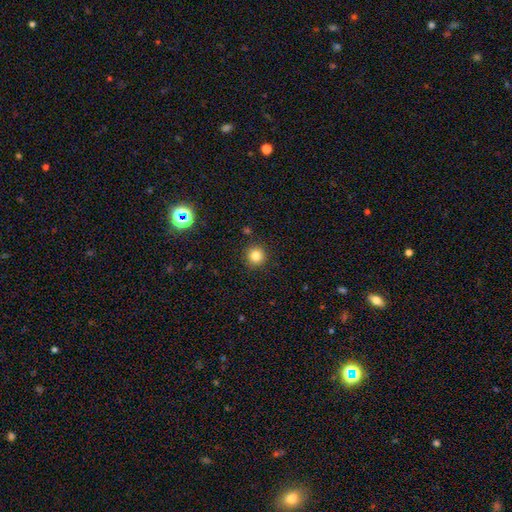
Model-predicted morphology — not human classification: Overall: smooth (83%). How rounded: round (94%). Merging: none (90%).